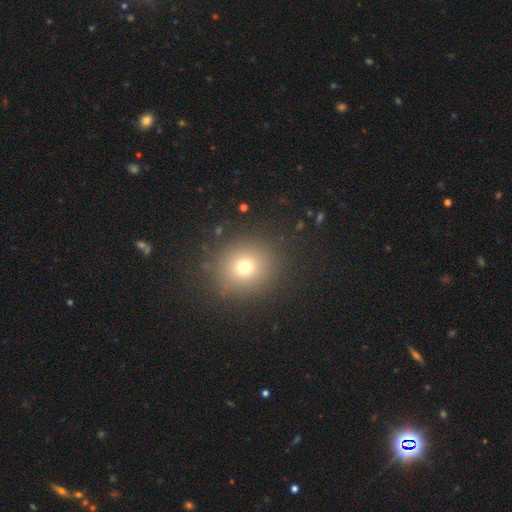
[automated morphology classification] Q: Smooth or featured?
A: smooth (66%); runner-up: star or artifact (25%)
Q: How rounded?
A: round (83%); runner-up: in between (16%)
Q: Merging?
A: none (90%); runner-up: minor disturbance (6%)